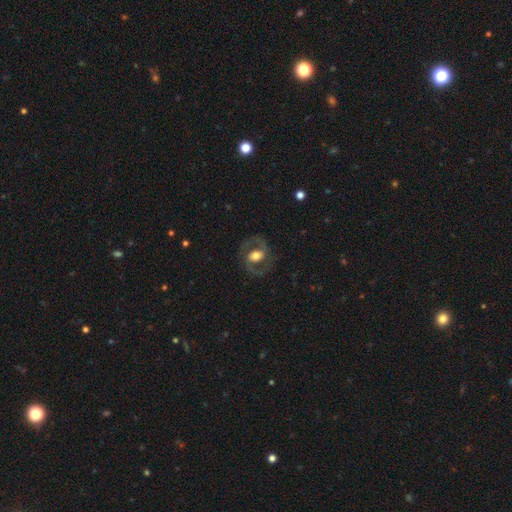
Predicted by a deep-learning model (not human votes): Overall: featured or disk (68%). Edge-on disk: no (96%). Bar: no (43%; weak 36%). Spiral arms: yes (69%; no 31%). Bulge size: moderate (53%; large 35%). Merging: none (76%).